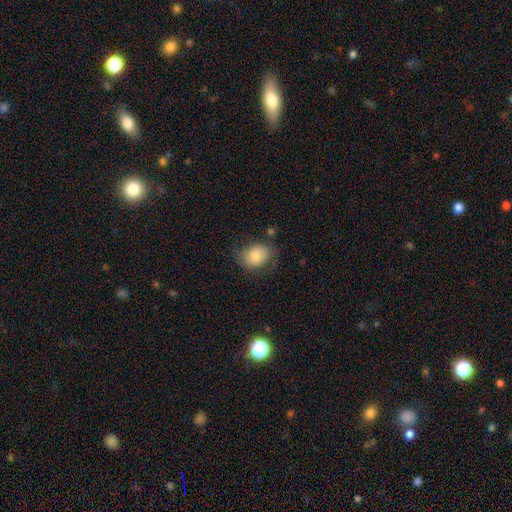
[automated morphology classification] Q: Smooth or featured?
A: smooth (74%); runner-up: featured or disk (18%)
Q: How rounded?
A: in between (59%); runner-up: round (40%)
Q: Merging?
A: none (66%); runner-up: minor disturbance (23%)